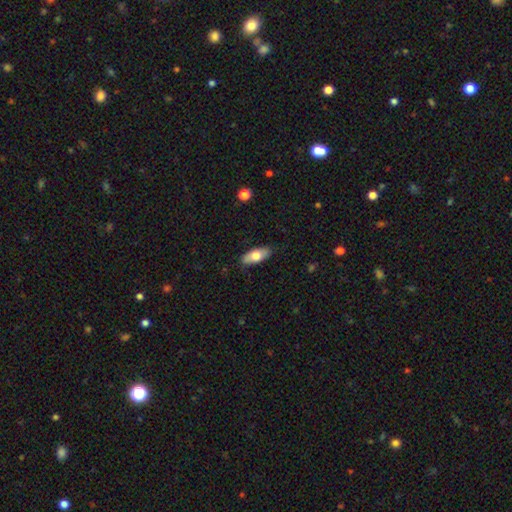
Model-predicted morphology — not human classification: type=smooth (71%); roundness=in between (82%); merging=none (86%).